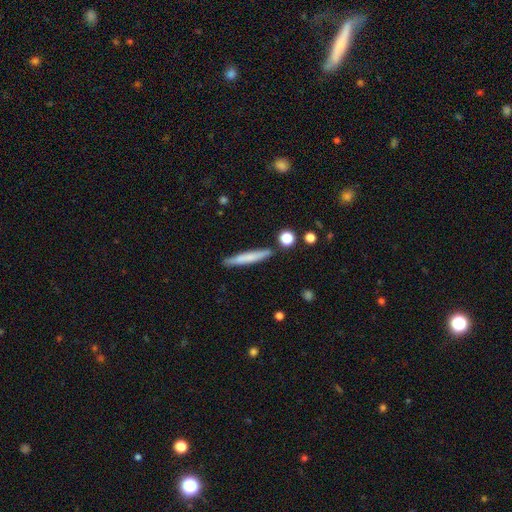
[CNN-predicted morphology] A smooth galaxy with no disk features (66%) that is cigar-shaped (95%). Merging: none (87%).